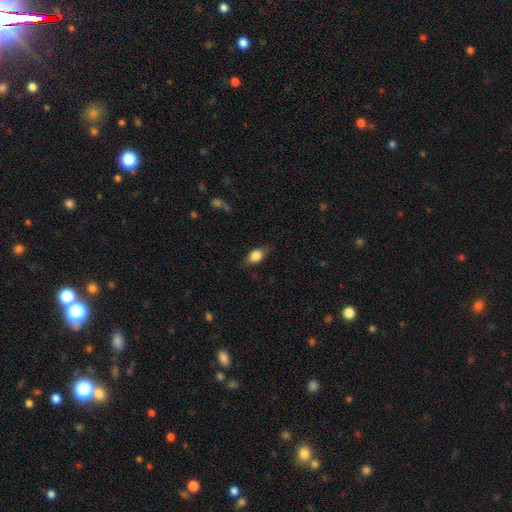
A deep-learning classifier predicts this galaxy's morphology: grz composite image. It shows a smooth galaxy with no disk features (79%) that is in between round and cigar-shaped (78%). Merging: none (76%).